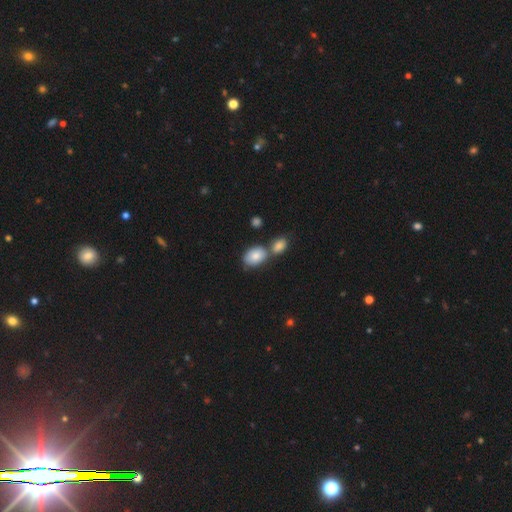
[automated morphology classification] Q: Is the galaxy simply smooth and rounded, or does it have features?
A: smooth — 82%.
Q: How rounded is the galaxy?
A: in between — 85%.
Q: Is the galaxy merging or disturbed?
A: none — 43%.